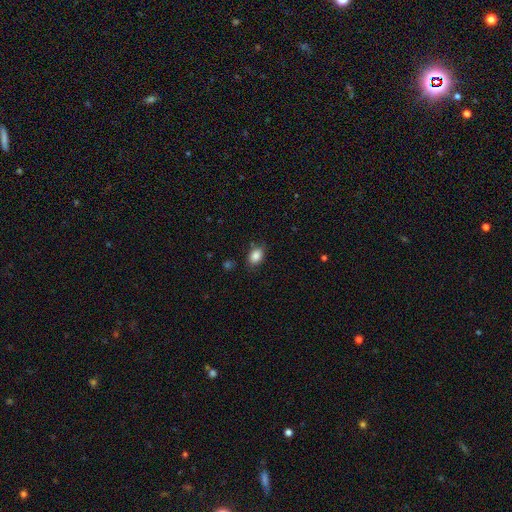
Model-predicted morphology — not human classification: Q: Smooth or featured?
A: smooth (87%); runner-up: star or artifact (9%)
Q: How rounded?
A: in between (78%); runner-up: round (20%)
Q: Merging?
A: none (78%); runner-up: minor disturbance (16%)